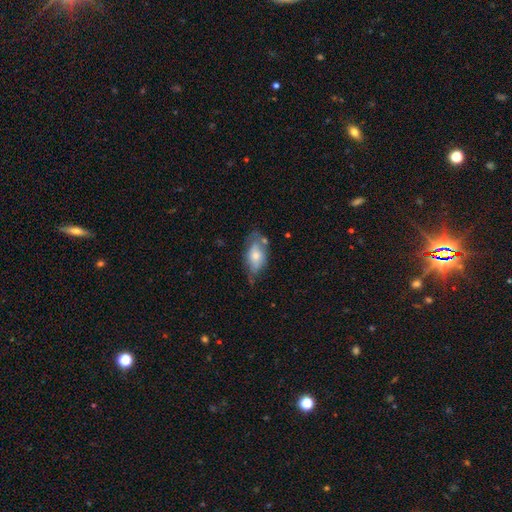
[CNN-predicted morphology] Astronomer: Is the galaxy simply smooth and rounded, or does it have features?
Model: smooth — 58% (runner-up: featured or disk, 35%).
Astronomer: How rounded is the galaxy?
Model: in between — 89%.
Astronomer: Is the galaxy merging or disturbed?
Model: none — 44% (runner-up: minor disturbance, 35%).